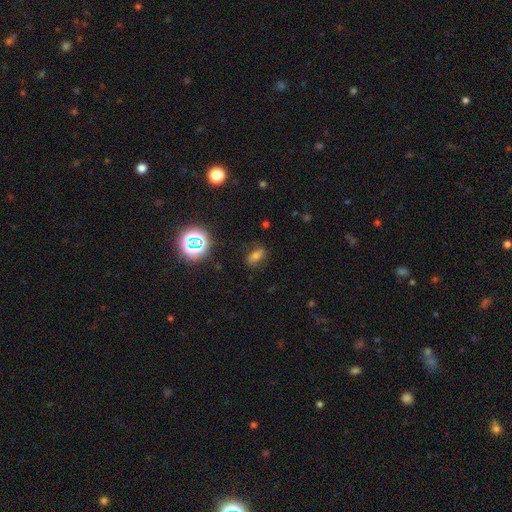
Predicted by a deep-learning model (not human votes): smooth-or-featured: smooth: 57% | star or artifact: 27% | featured or disk: 17%
  how-rounded: in between: 79% | round: 14% | cigar-shaped: 7%
  merging: none: 80% | minor disturbance: 14% | major disturbance: 4% | merger: 2%